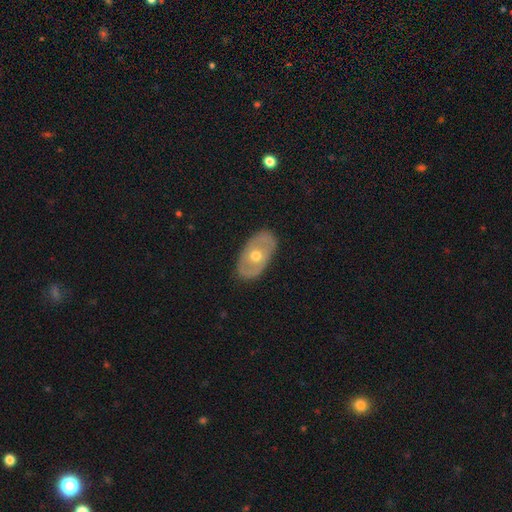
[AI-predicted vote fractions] Smooth or featured? featured or disk (57%)
Edge-on disk? no (88%)
Merging? none (84%)